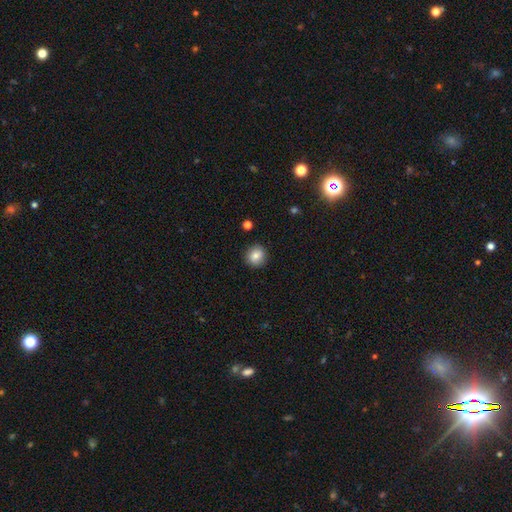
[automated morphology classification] The model was most divided on "smooth or featured": smooth: 82%, star or artifact: 10%, featured or disk: 8%. More confident: merging — none (90%); how rounded — round (89%).